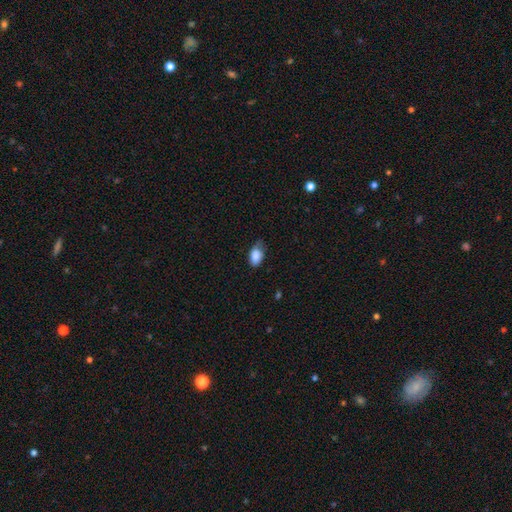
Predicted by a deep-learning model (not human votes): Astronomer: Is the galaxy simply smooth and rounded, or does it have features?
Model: smooth — 86%.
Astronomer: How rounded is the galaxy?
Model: in between — 91%.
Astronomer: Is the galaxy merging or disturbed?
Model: none — 56% (runner-up: minor disturbance, 35%).